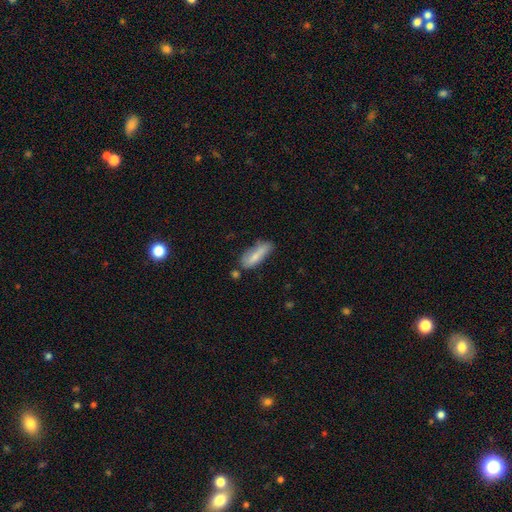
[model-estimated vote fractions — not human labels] This appears to be a smooth galaxy with no disk features (74%) that is in between round and cigar-shaped (55%). Merging: none (52%).